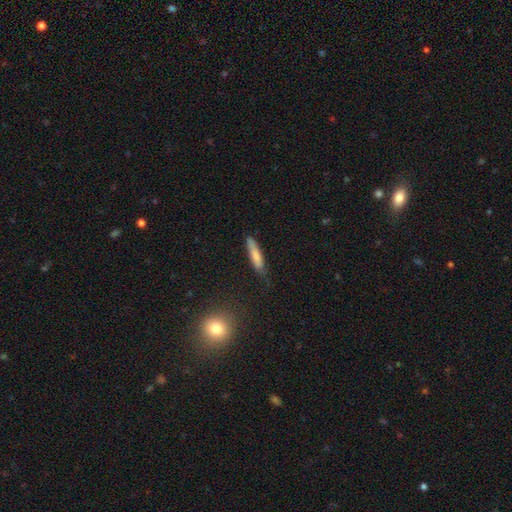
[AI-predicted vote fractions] Smooth or featured? Predicted: smooth (p=0.77). How rounded? Predicted: cigar-shaped (p=0.80). Merging? Predicted: none (p=0.71).